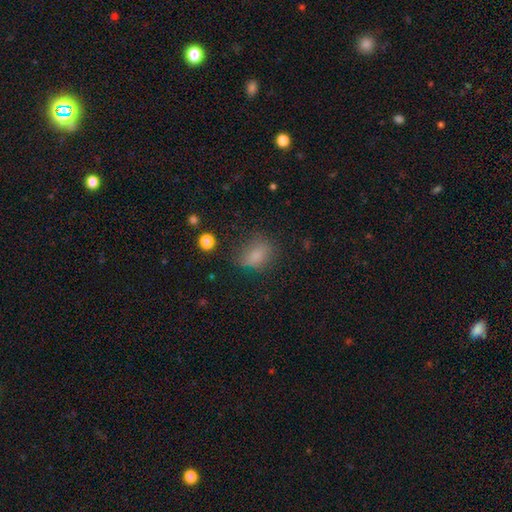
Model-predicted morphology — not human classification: smooth_or_featured: smooth (p=0.74) [alt: star or artifact p=0.15]
how_rounded: in between (p=0.68) [alt: round p=0.29]
merging: none (p=0.59) [alt: minor disturbance p=0.26]